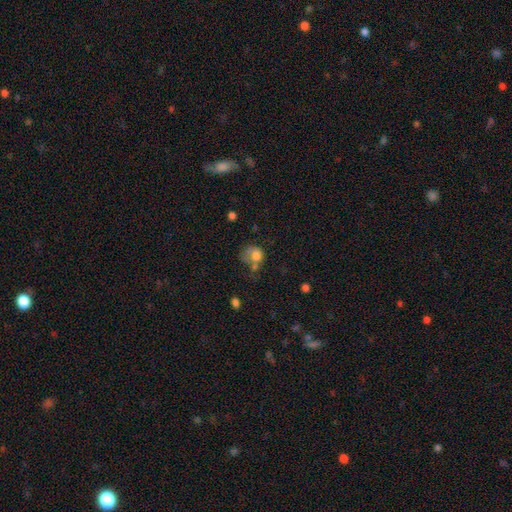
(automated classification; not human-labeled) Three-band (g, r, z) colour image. It shows a smooth galaxy with no disk features (71%) that is round (58%). Merging: major disturbance (29%).